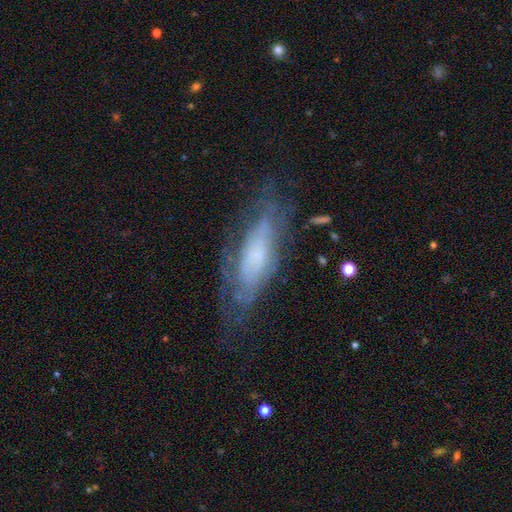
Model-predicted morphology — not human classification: A featured or disk galaxy (62%). Merging: none (60%).